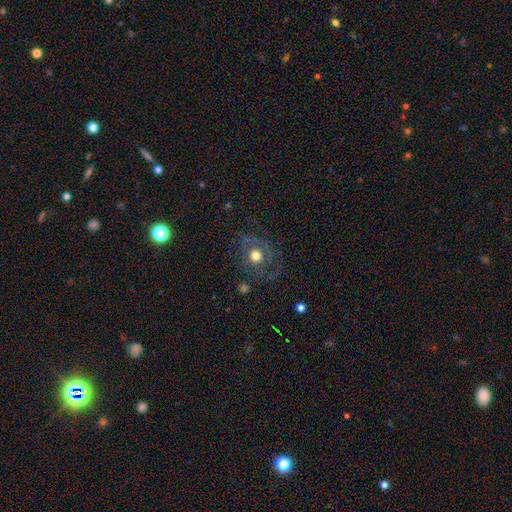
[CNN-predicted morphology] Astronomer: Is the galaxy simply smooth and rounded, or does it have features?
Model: smooth — 52% (runner-up: featured or disk, 34%).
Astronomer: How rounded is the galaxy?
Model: round — 82%.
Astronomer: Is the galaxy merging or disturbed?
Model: none — 70%.